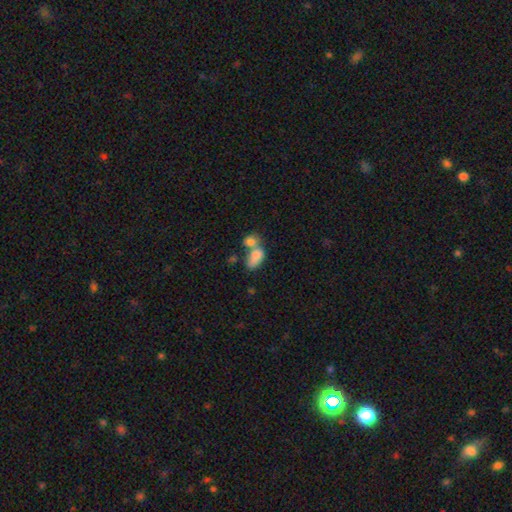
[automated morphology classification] Smooth or featured? Predicted: smooth (p=0.80). How rounded? Predicted: in between (p=0.87). Merging? Predicted: merger (p=0.63).